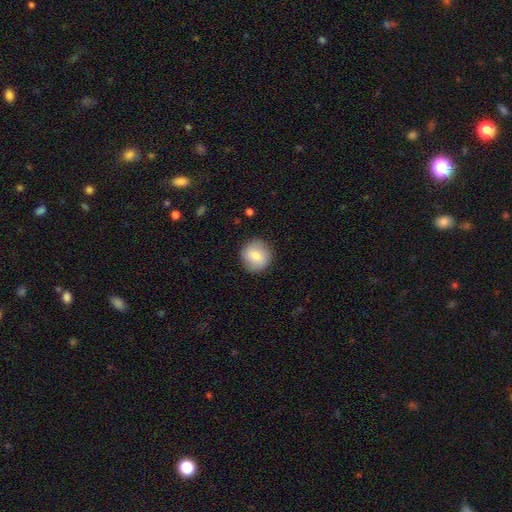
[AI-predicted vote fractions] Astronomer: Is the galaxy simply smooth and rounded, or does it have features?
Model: smooth — 79%.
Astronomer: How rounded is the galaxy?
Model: round — 92%.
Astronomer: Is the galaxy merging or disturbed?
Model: none — 89%.